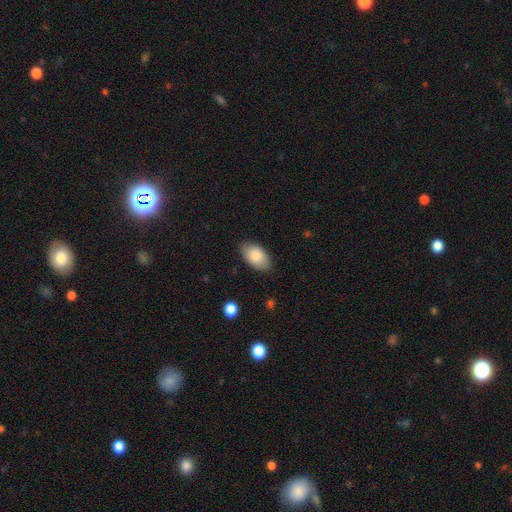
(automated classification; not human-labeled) Smooth or featured: smooth — 85% (featured or disk — 8%)
How rounded: in between — 94% (round — 4%)
Merging: none — 82% (minor disturbance — 15%)